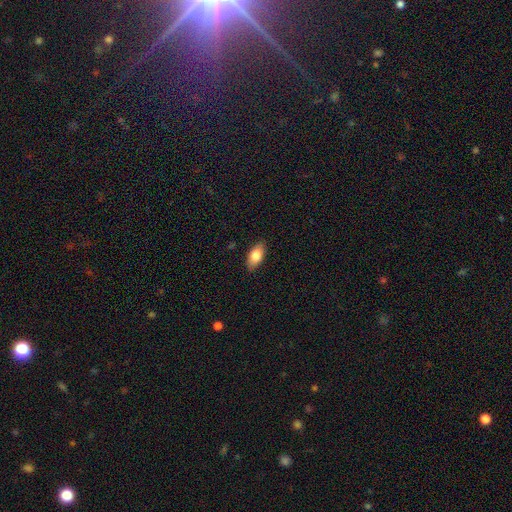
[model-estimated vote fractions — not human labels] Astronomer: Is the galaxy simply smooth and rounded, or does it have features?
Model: smooth — 81%.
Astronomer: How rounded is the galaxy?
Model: in between — 90%.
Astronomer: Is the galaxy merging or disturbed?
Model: none — 87%.